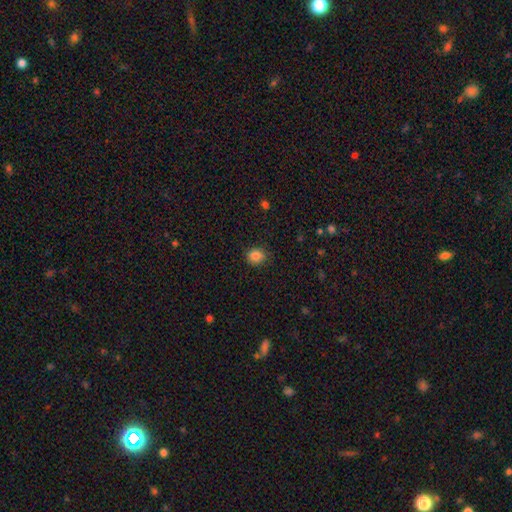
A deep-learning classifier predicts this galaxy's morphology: The model was most divided on "how rounded": round: 73%, in between: 26%, cigar-shaped: 1%. More confident: merging — none (86%); smooth or featured — smooth (84%).